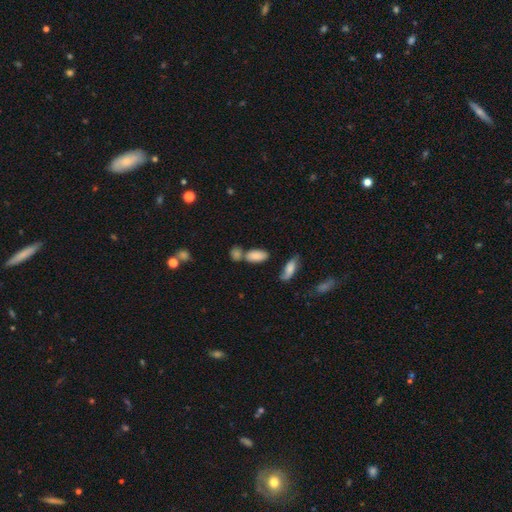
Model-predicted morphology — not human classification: Smooth or featured?
  - smooth: 84% *
  - star or artifact: 8%
  - featured or disk: 8%
How rounded?
  - in between: 89% *
  - cigar-shaped: 6%
  - round: 5%
Merging?
  - none: 48% *
  - merger: 34%
  - minor disturbance: 13%
  - major disturbance: 5%